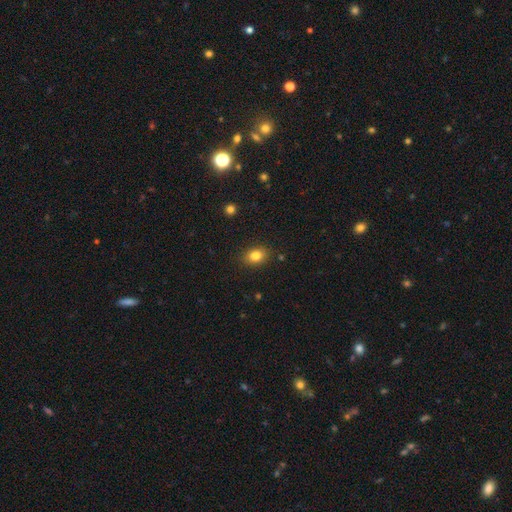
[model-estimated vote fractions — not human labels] Morphology: type=smooth (82%); roundness=in between (65%); merging=none (87%).